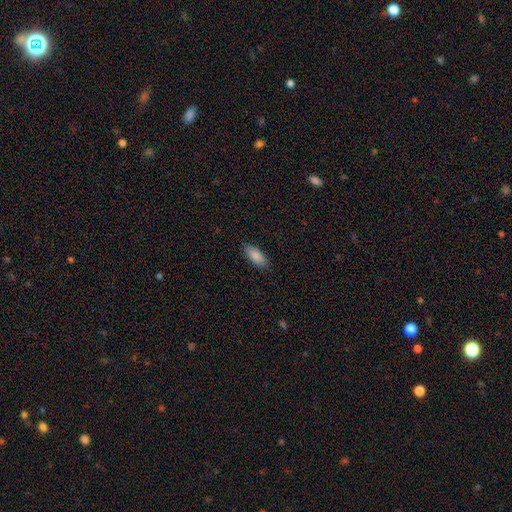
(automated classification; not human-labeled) Smooth or featured: smooth — 89% (star or artifact — 6%)
How rounded: in between — 81% (cigar-shaped — 17%)
Merging: none — 86% (minor disturbance — 11%)